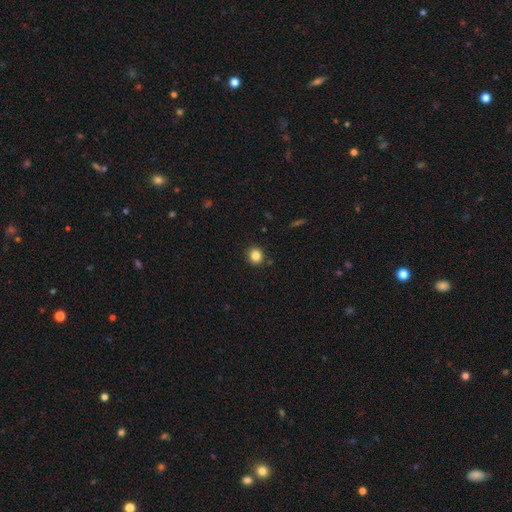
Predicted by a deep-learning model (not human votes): Smooth or featured: smooth — 84% (star or artifact — 11%)
How rounded: round — 89% (in between — 10%)
Merging: none — 90% (minor disturbance — 6%)